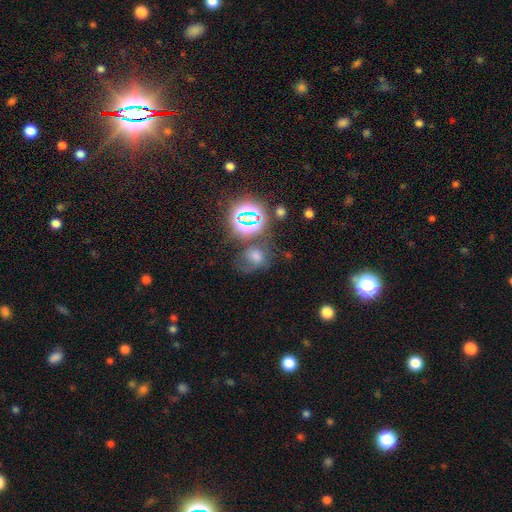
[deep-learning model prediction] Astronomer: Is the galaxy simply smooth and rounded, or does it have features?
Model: smooth — 46% (runner-up: star or artifact, 37%).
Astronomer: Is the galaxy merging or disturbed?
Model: none — 49%.